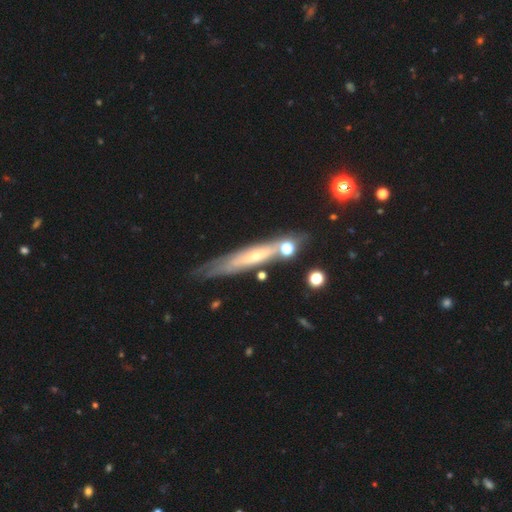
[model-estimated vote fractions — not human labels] Smooth or featured?
  - featured or disk: 66% *
  - smooth: 25%
  - star or artifact: 8%
Edge-on disk?
  - yes: 65% *
  - no: 35%
Merging?
  - none: 68% *
  - minor disturbance: 18%
  - merger: 7%
  - major disturbance: 6%